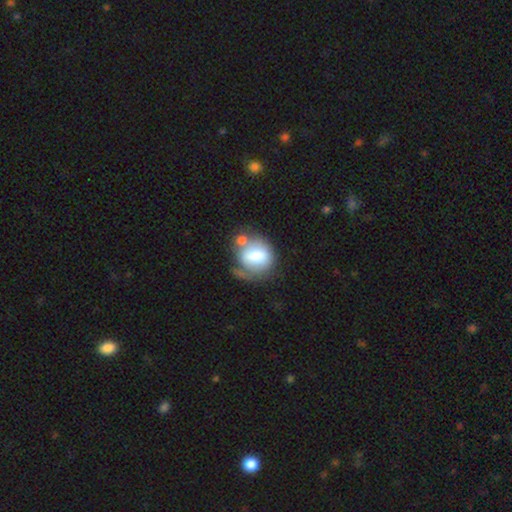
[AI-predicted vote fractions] A smooth galaxy with no disk features (63%) that is round (61%).

Vote fractions:
- Smooth or featured? smooth: 63% / featured or disk: 29% / star or artifact: 8%
- How rounded? round: 61% / in between: 37% / cigar-shaped: 1%
- Merging? none: 31% / merger: 29% / minor disturbance: 21% / major disturbance: 19%